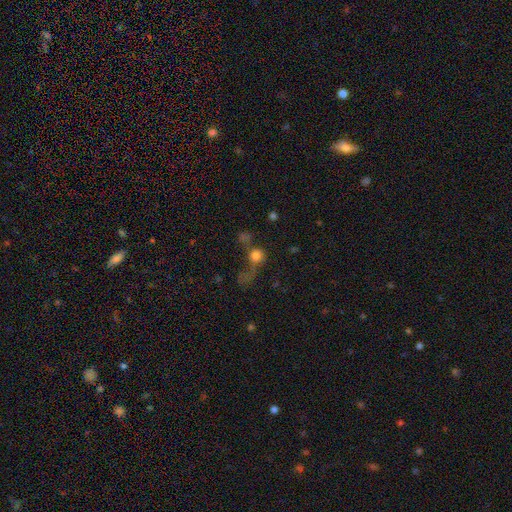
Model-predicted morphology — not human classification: Smooth or featured? Predicted: smooth (p=0.72). How rounded? Predicted: round (p=0.82). Merging? Predicted: major disturbance (p=0.31).